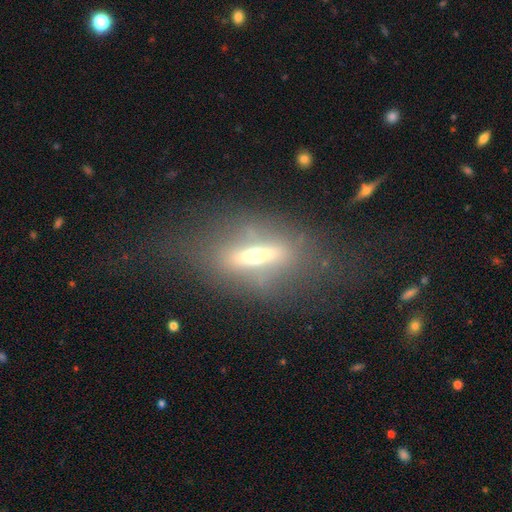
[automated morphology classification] This is possibly a featured or disk galaxy (60%). It is likely viewed edge-on (68%). Merging: likely none (60%).